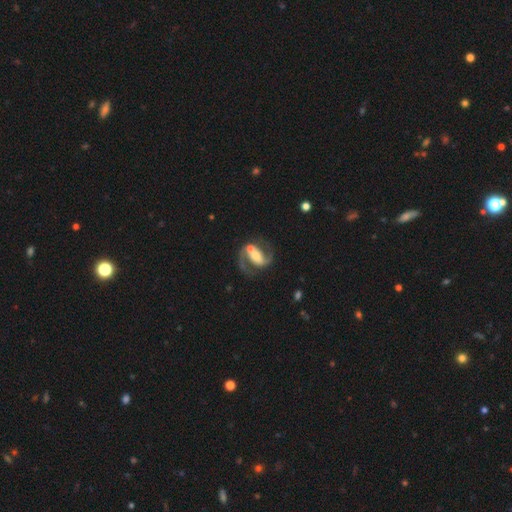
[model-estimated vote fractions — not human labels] Smooth or featured? Predicted: featured or disk (p=0.88). Edge-on disk? Predicted: no (p=0.97). Bar? Predicted: strong (p=0.51). Spiral arms? Predicted: yes (p=0.95). Spiral winding? Predicted: medium (p=0.57). Spiral arm count? Predicted: 2 (p=0.91). Bulge size? Predicted: moderate (p=0.55). Merging? Predicted: none (p=0.62).